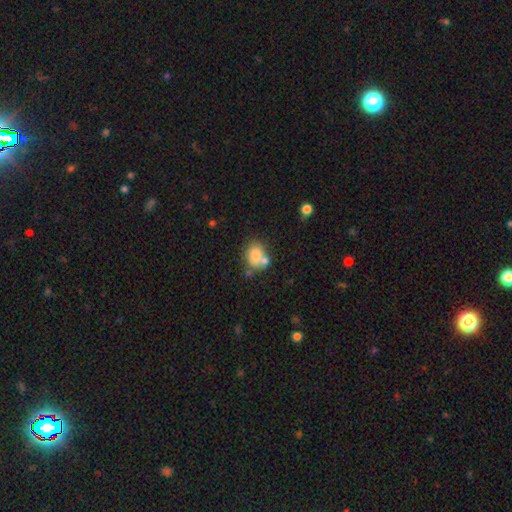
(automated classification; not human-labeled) A smooth galaxy with no disk features (78%) that is round (53%). Merging: none (47%).